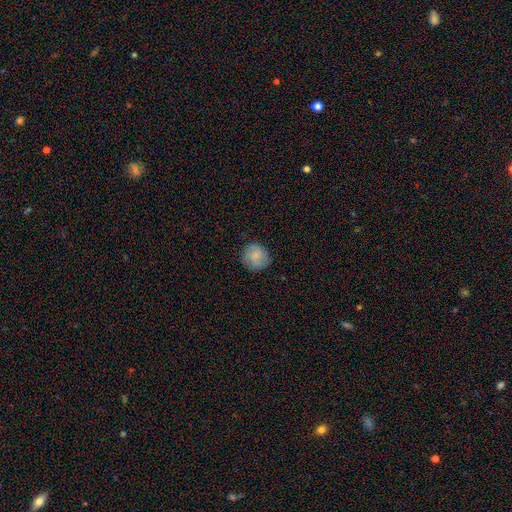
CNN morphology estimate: This appears to be a smooth galaxy with no disk features (79%) that is round (89%). Merging: none (82%).